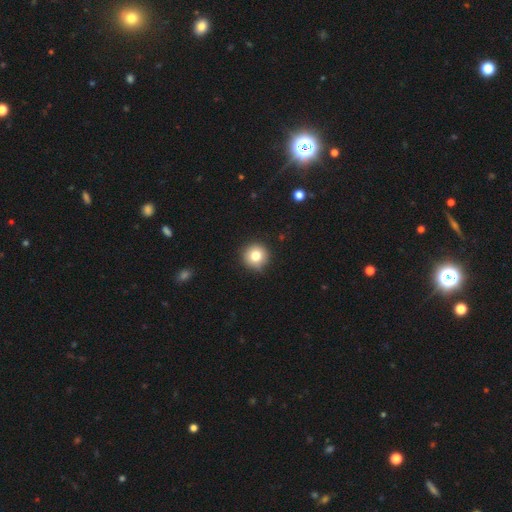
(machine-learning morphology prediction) Smooth or featured: smooth — 79% (star or artifact — 11%)
How rounded: round — 95% (in between — 4%)
Merging: none — 87% (minor disturbance — 9%)